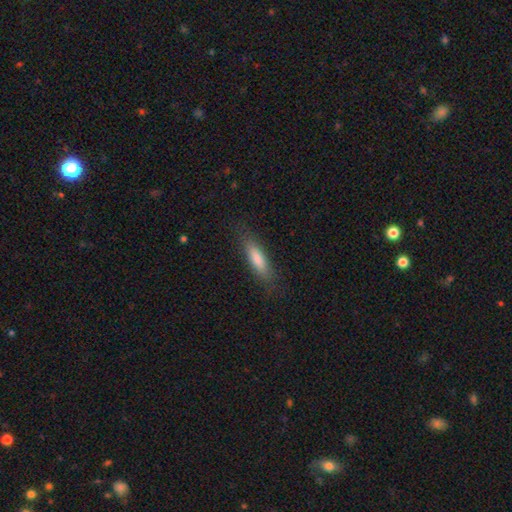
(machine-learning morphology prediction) Overall: smooth (76%). How rounded: cigar-shaped (68%; in between 31%). Merging: none (83%).